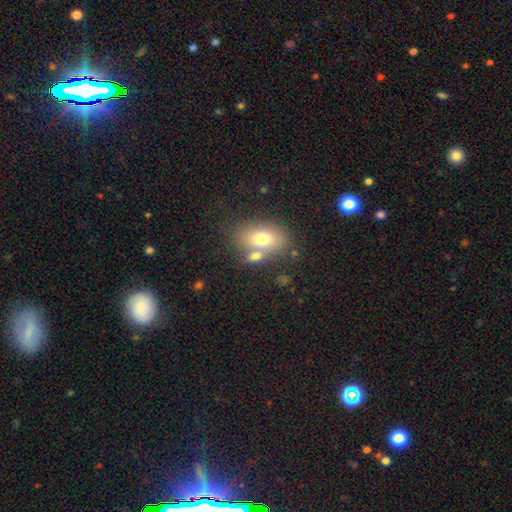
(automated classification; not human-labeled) smooth_or_featured: smooth (p=0.72) [alt: featured or disk p=0.18]
how_rounded: in between (p=0.78) [alt: round p=0.19]
merging: none (p=0.53) [alt: merger p=0.31]